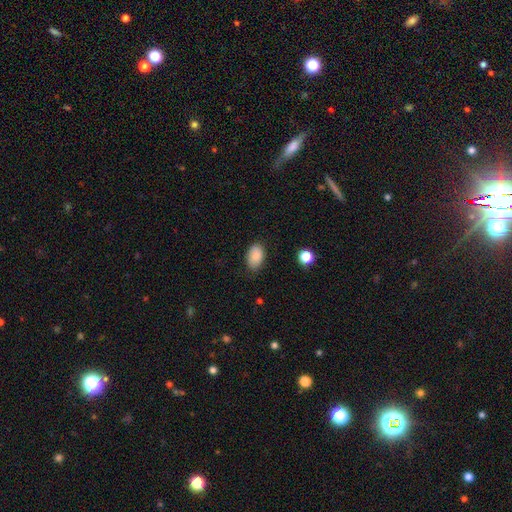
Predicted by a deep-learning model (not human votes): smooth_or_featured: smooth (p=0.85) [alt: star or artifact p=0.08]
how_rounded: in between (p=0.90) [alt: round p=0.09]
merging: none (p=0.81) [alt: minor disturbance p=0.15]